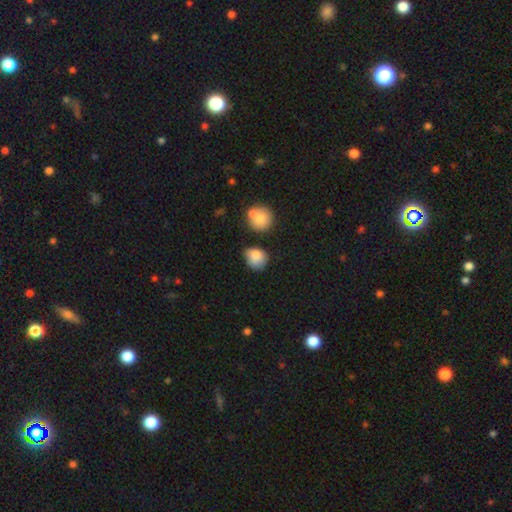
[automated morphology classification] type=smooth (83%); roundness=round (66%); merging=none (59%).